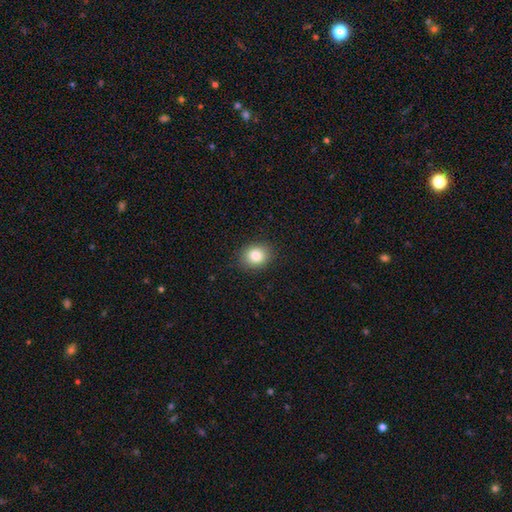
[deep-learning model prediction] The model was most divided on "how rounded": round: 64%, in between: 35%, cigar-shaped: 1%. More confident: merging — none (89%); smooth or featured — smooth (83%).